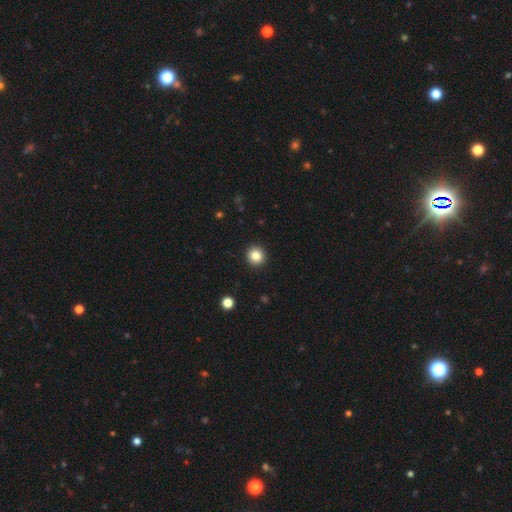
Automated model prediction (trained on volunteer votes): Smooth or featured? Predicted: smooth (p=0.84). How rounded? Predicted: round (p=0.94). Merging? Predicted: none (p=0.93).